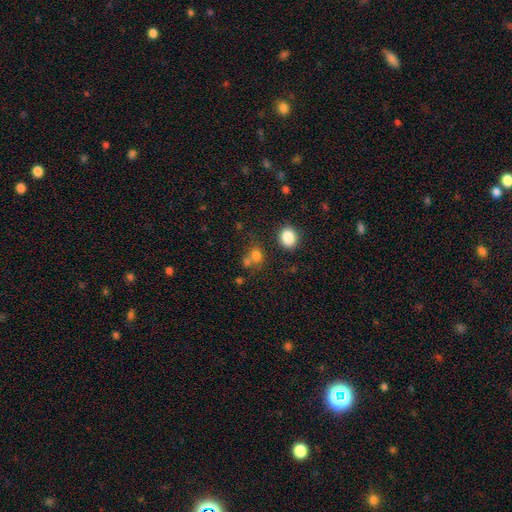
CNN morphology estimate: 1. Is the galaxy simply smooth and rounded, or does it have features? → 76% smooth, 15% star or artifact, 9% featured or disk.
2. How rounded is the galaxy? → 60% round, 39% in between, 1% cigar-shaped.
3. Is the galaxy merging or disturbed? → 48% none, 35% merger, 11% minor disturbance, 6% major disturbance.